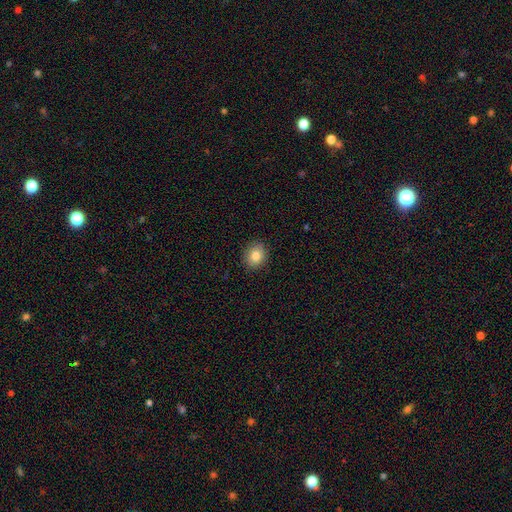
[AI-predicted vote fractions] This is clearly a smooth galaxy (83%). How rounded: likely round (60%). Merging: clearly none (89%).